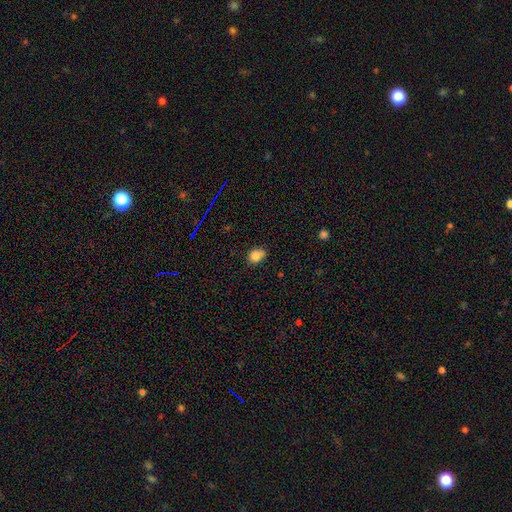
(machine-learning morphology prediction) This appears to be a smooth galaxy with no disk features (81%) that is round (54%). Merging: none (58%).